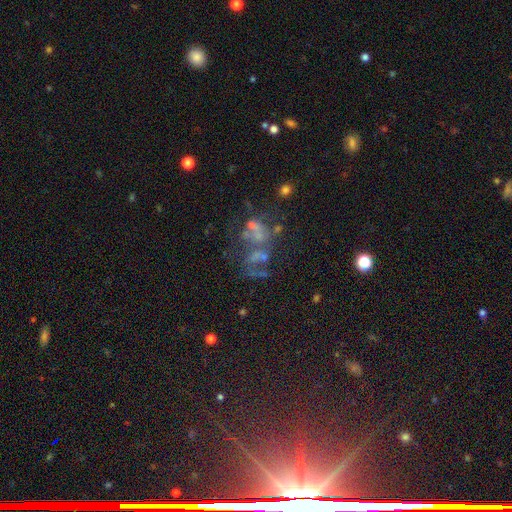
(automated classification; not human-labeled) Smooth or featured? Predicted: featured or disk (p=0.49). Merging? Predicted: none (p=0.34).